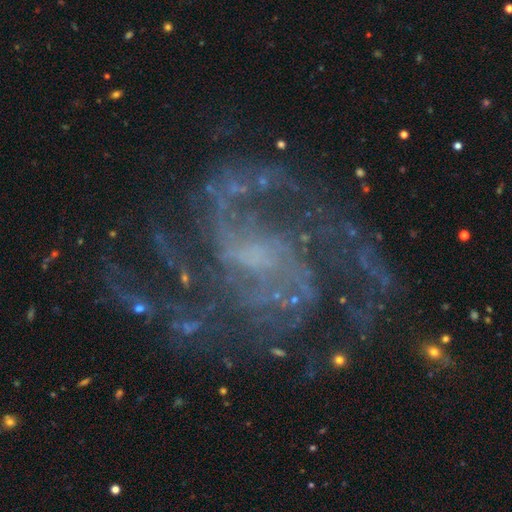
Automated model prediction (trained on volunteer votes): A featured or disk galaxy (90%) with a weak bar (45%), 2 (55%) medium (55%) spiral arms (97%) and a small central bulge (47%). Merging: none (64%).